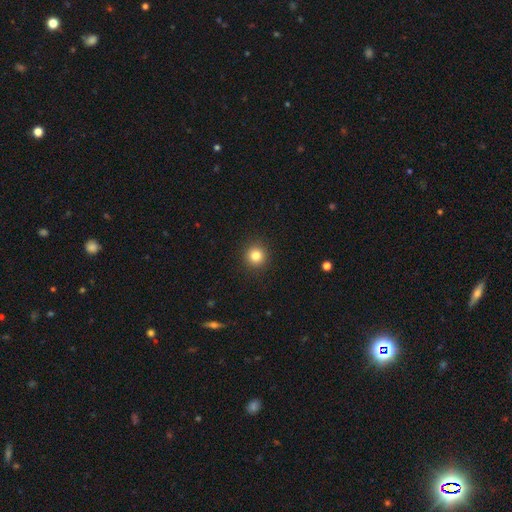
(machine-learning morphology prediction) A smooth galaxy with no disk features (82%) that is round (94%). Merging: none (92%).